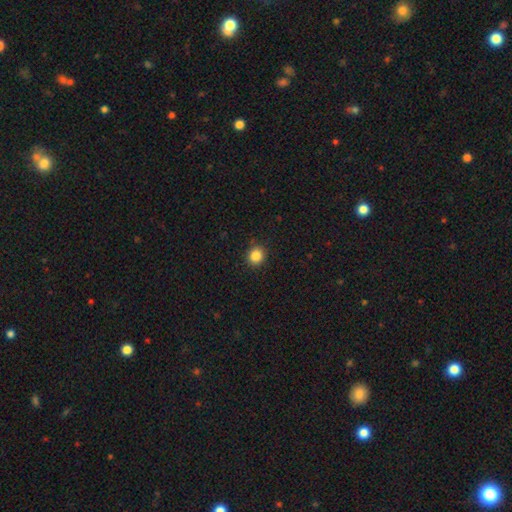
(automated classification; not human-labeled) Q: Smooth or featured?
A: smooth (85%); runner-up: star or artifact (11%)
Q: How rounded?
A: round (89%); runner-up: in between (10%)
Q: Merging?
A: none (90%); runner-up: minor disturbance (7%)